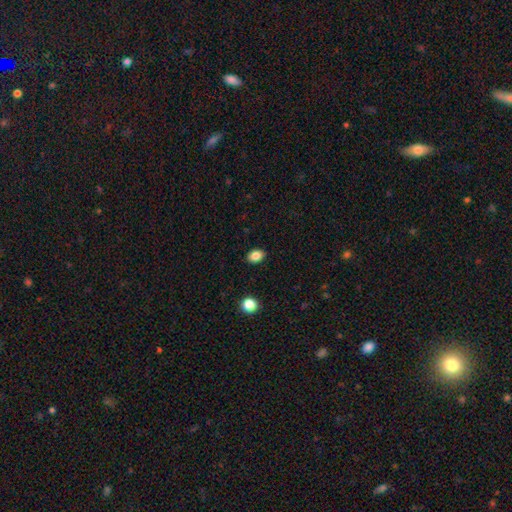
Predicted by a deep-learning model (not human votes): Smooth or featured? smooth (85%)
How rounded? in between (74%)
Merging? none (89%)